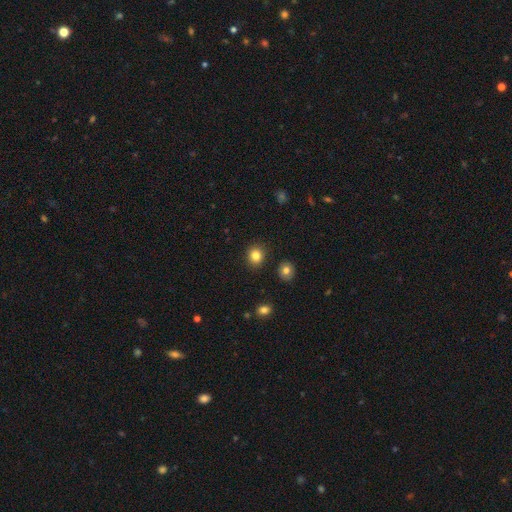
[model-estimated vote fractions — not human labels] Smooth or featured?
  - smooth: 84% *
  - star or artifact: 11%
  - featured or disk: 5%
How rounded?
  - round: 79% *
  - in between: 20%
  - cigar-shaped: 1%
Merging?
  - none: 89% *
  - minor disturbance: 7%
  - merger: 2%
  - major disturbance: 2%